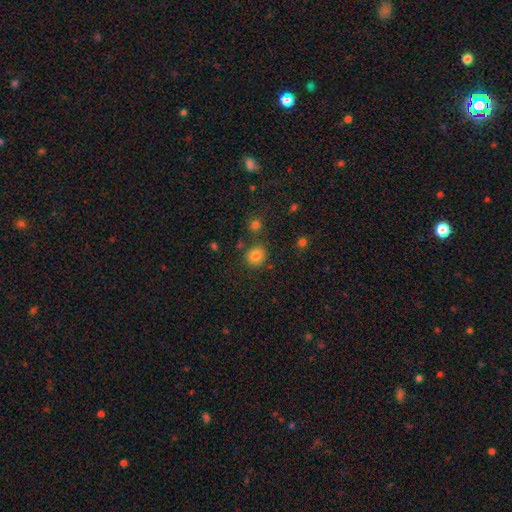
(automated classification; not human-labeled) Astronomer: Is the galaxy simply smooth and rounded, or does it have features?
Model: smooth — 80%.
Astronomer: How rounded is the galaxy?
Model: round — 87%.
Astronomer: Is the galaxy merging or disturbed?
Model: none — 82%.